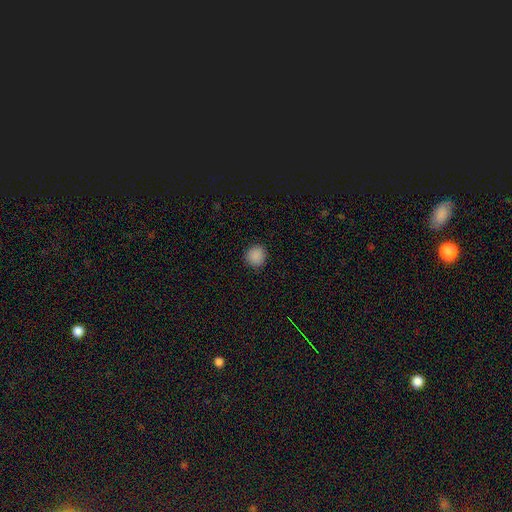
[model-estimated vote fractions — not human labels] smooth 88%, star or artifact 10%, featured or disk 3%. Down the decision tree: how rounded — round (90%); merging — none (90%).